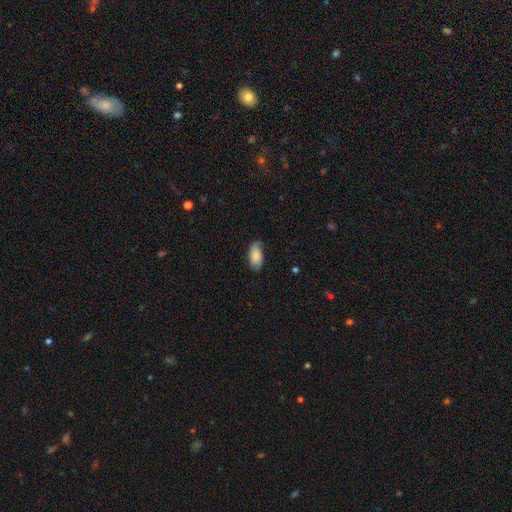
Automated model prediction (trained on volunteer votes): The model was most divided on "merging": none: 65%, minor disturbance: 28%, major disturbance: 6%, merger: 1%. More confident: how rounded — in between (92%); smooth or featured — smooth (78%).